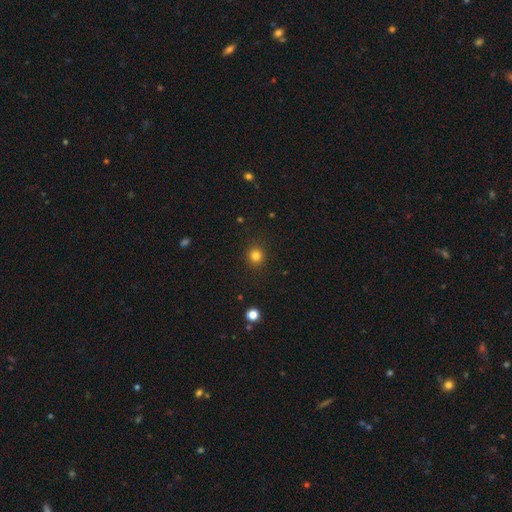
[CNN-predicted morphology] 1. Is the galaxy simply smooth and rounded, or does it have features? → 82% smooth, 13% star or artifact, 5% featured or disk.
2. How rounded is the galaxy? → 91% round, 8% in between, 1% cigar-shaped.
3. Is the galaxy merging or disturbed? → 91% none, 6% minor disturbance, 2% major disturbance, 1% merger.